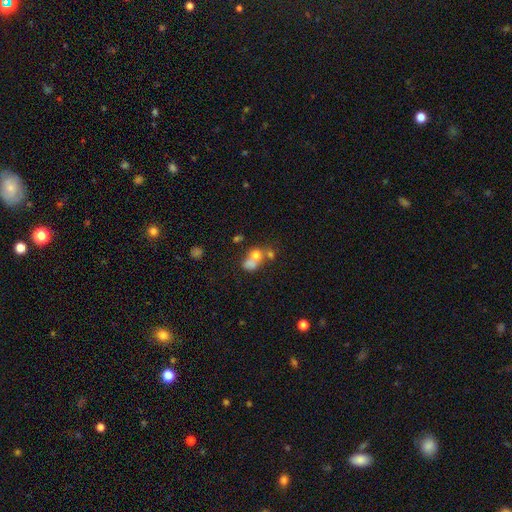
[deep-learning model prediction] Overall: smooth (65%). How rounded: round (58%; in between 40%). Merging: merger (60%; none 24%).